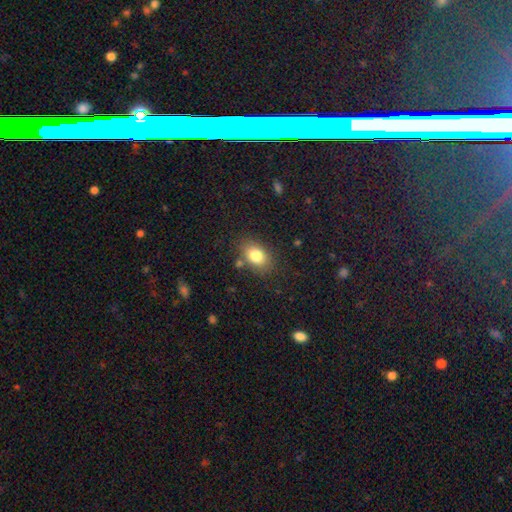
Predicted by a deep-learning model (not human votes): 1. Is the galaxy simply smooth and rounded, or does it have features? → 81% smooth, 9% featured or disk, 9% star or artifact.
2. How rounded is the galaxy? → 80% in between, 19% round, 1% cigar-shaped.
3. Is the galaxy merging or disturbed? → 80% none, 13% minor disturbance, 4% major disturbance, 4% merger.